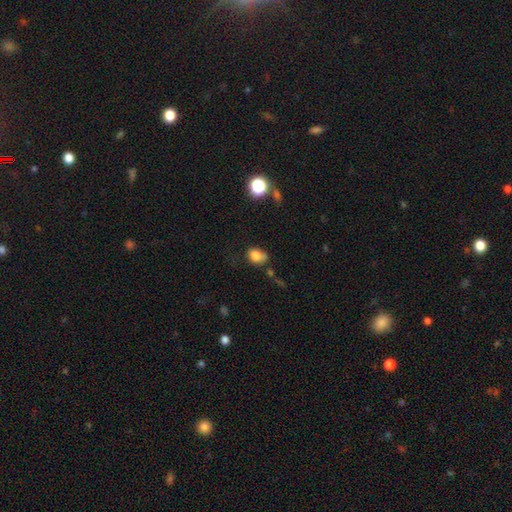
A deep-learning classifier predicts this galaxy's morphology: The model was most divided on "merging": none: 54%, minor disturbance: 29%, major disturbance: 10%, merger: 7%. More confident: smooth or featured — smooth (80%); how rounded — in between (65%).